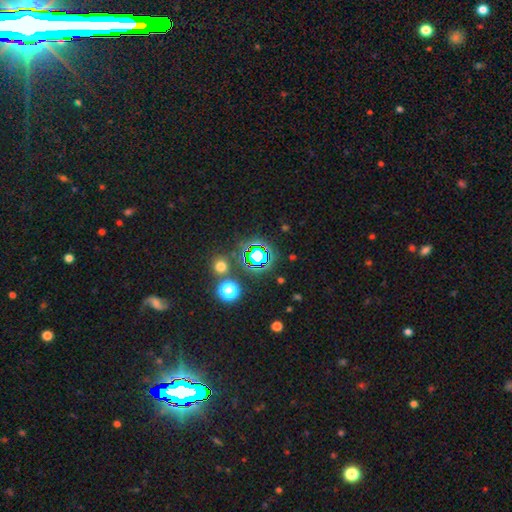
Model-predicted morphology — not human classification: Smooth or featured?
  - star or artifact: 65% *
  - smooth: 25%
  - featured or disk: 10%